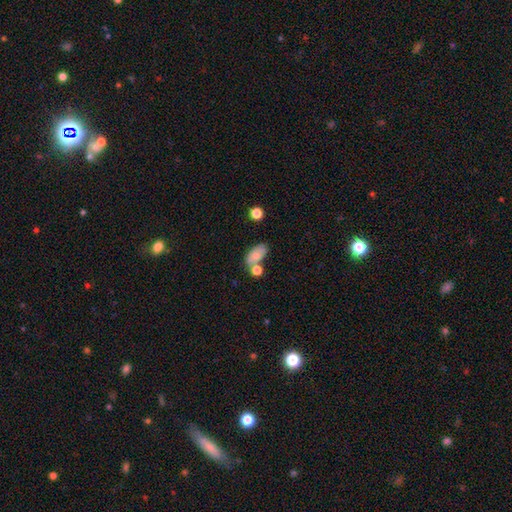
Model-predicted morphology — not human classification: Q: Smooth or featured?
A: smooth (74%); runner-up: featured or disk (17%)
Q: How rounded?
A: in between (90%); runner-up: round (7%)
Q: Merging?
A: none (46%); runner-up: merger (28%)